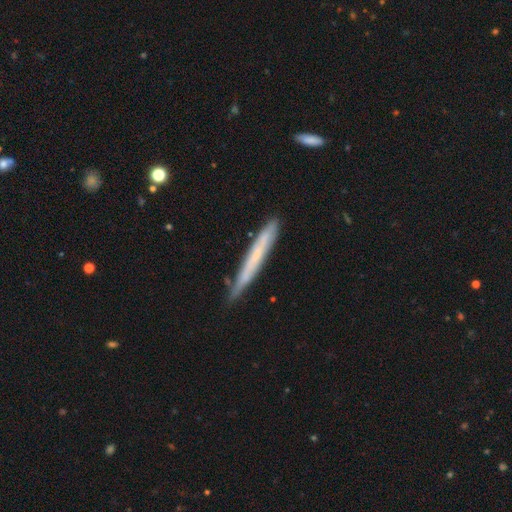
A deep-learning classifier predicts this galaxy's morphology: The model was most divided on "smooth or featured": smooth: 48%, featured or disk: 45%, star or artifact: 7%. More confident: merging — none (80%).